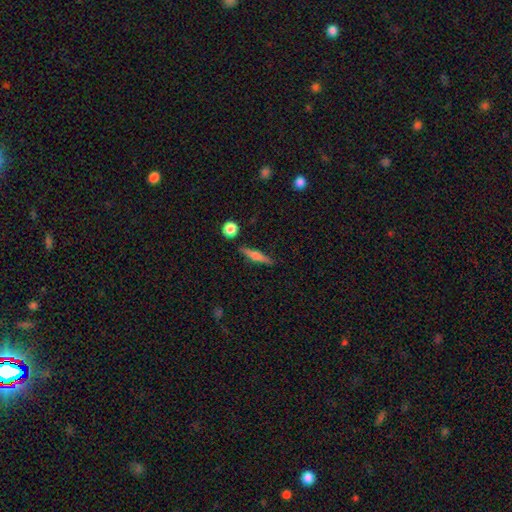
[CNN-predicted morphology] Smooth or featured? Predicted: featured or disk (p=0.47). Merging? Predicted: none (p=0.86).